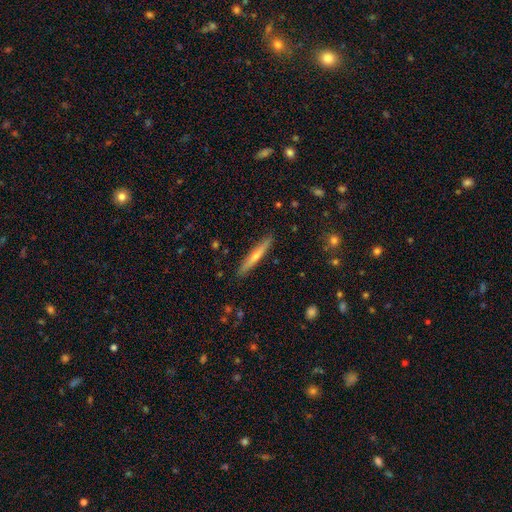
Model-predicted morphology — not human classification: type=featured or disk (50%); edge-on=yes (96%); merging=none (90%).